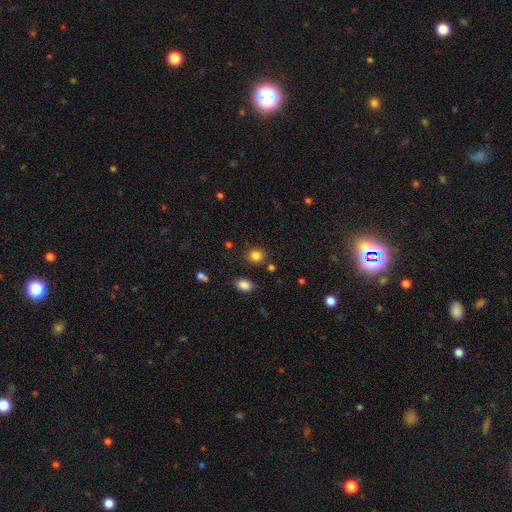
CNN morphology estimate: This is clearly a smooth galaxy (84%). How rounded: likely round (75%). Merging: clearly none (83%).